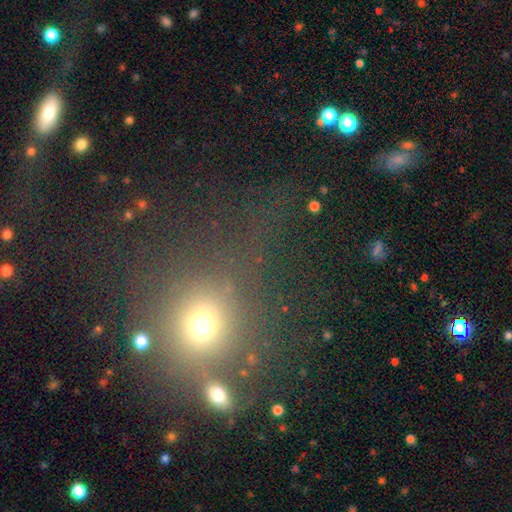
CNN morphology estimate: A smooth galaxy with no disk features (51%) that is round (83%).

Vote fractions:
- Smooth or featured? smooth: 51% / star or artifact: 36% / featured or disk: 12%
- How rounded? round: 83% / in between: 15% / cigar-shaped: 2%
- Merging? none: 61% / major disturbance: 15% / minor disturbance: 15% / merger: 9%